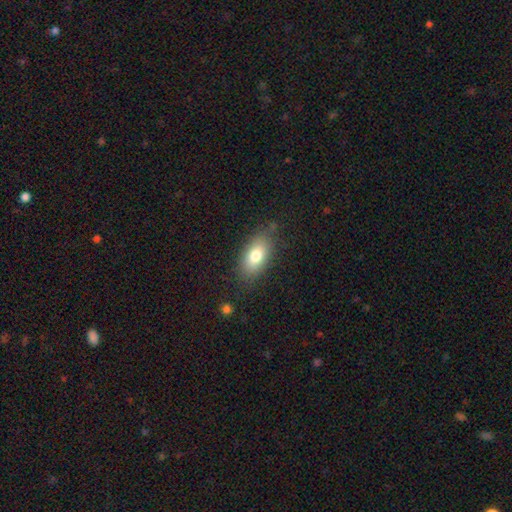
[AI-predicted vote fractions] This is likely a smooth galaxy (77%). How rounded: clearly in between (88%). Merging: likely none (79%).